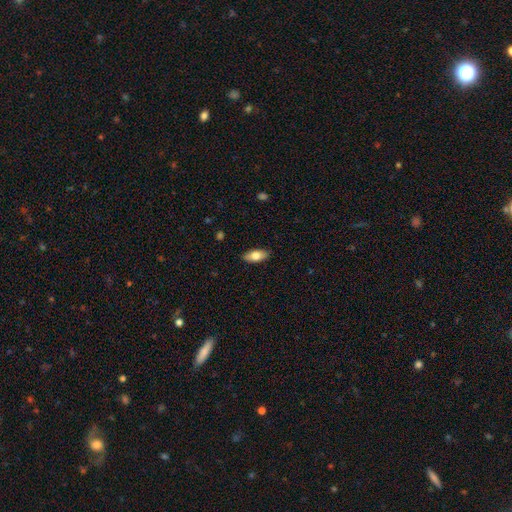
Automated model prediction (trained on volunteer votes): smooth-or-featured: smooth: 75% | featured or disk: 19% | star or artifact: 6%
  how-rounded: in between: 87% | cigar-shaped: 10% | round: 3%
  merging: none: 88% | minor disturbance: 9% | major disturbance: 2% | merger: 1%